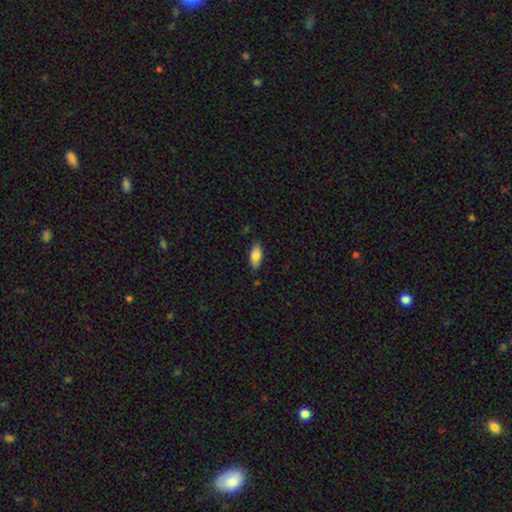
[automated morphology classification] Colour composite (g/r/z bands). It shows a smooth galaxy with no disk features (81%) that is in between round and cigar-shaped (82%). Merging: none (82%).